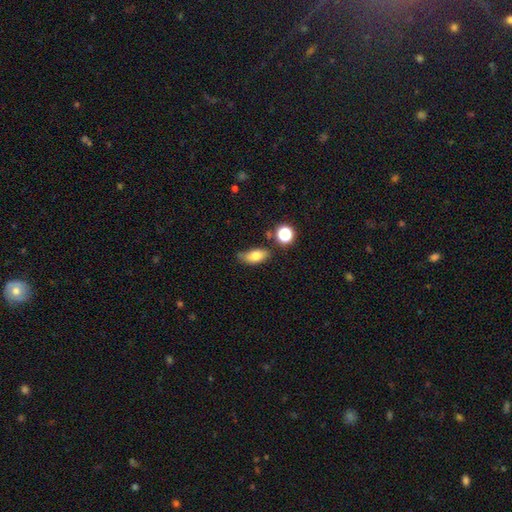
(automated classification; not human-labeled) smooth-or-featured: smooth: 76% | featured or disk: 14% | star or artifact: 10%
  how-rounded: in between: 84% | cigar-shaped: 8% | round: 7%
  merging: none: 58% | minor disturbance: 29% | major disturbance: 7% | merger: 6%